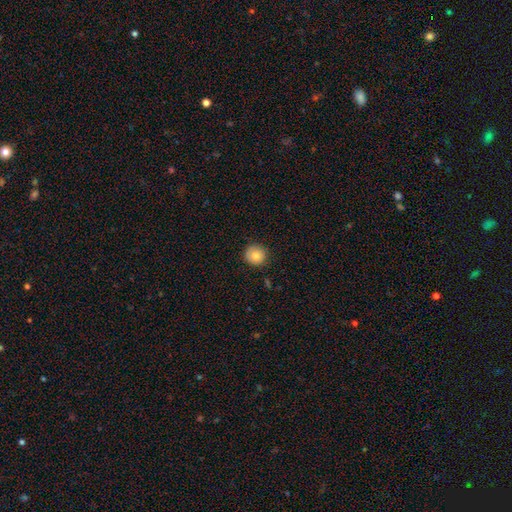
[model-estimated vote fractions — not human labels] Morphology: type=smooth (81%); roundness=round (93%); merging=none (86%).